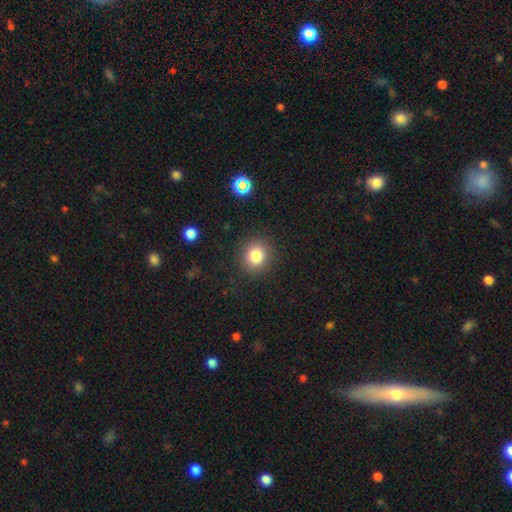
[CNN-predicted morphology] Smooth or featured? Predicted: smooth (p=0.82). How rounded? Predicted: round (p=0.85). Merging? Predicted: none (p=0.89).